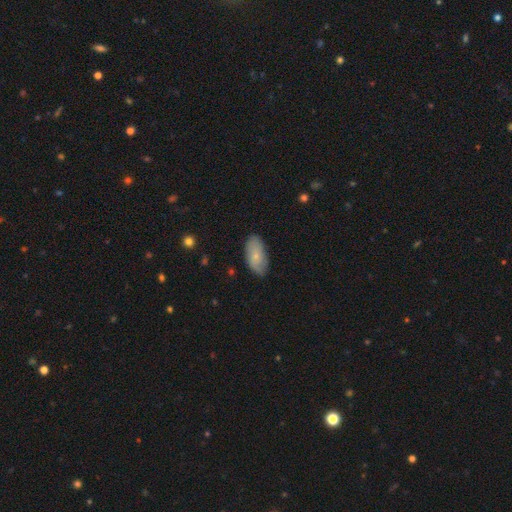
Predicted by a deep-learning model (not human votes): smooth_or_featured: smooth (p=0.69) [alt: featured or disk p=0.25]
how_rounded: in between (p=0.93) [alt: cigar-shaped p=0.03]
merging: none (p=0.78) [alt: minor disturbance p=0.17]